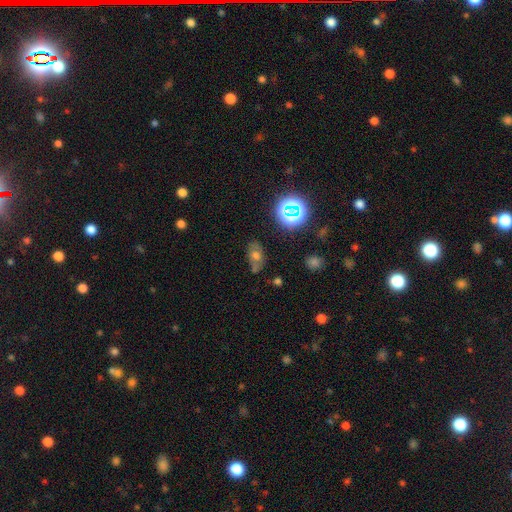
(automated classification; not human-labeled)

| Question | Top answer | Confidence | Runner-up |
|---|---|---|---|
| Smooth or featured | smooth | 50% | featured or disk (26%) |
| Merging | none | 65% | minor disturbance (22%) |